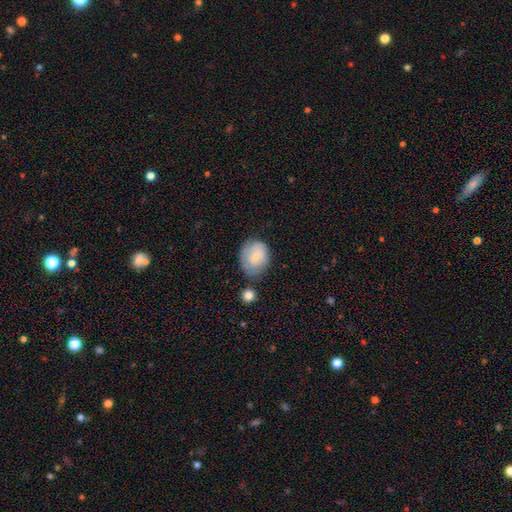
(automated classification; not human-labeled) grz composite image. It shows a smooth galaxy with no disk features (69%) that is round (52%). Merging: none (55%).